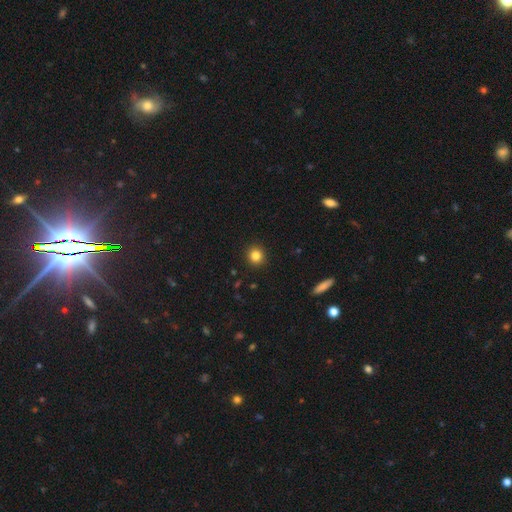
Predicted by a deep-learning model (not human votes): smooth_or_featured: smooth (p=0.84) [alt: star or artifact p=0.11]
how_rounded: round (p=0.92) [alt: in between p=0.07]
merging: none (p=0.92) [alt: minor disturbance p=0.05]